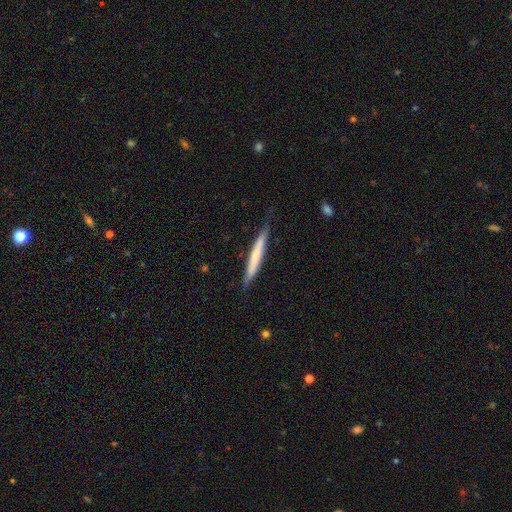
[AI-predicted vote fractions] A smooth galaxy with no disk features (54%) that is cigar-shaped (96%).

Vote fractions:
- Smooth or featured? smooth: 54% / featured or disk: 41% / star or artifact: 5%
- How rounded? cigar-shaped: 96% / in between: 3% / round: 1%
- Merging? none: 81% / minor disturbance: 16% / major disturbance: 2% / merger: 1%